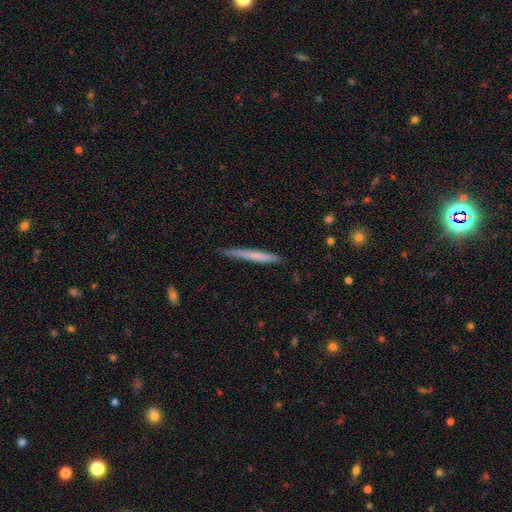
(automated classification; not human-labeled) smooth_or_featured: smooth (p=0.60) [alt: featured or disk p=0.34]
how_rounded: cigar-shaped (p=0.97) [alt: in between p=0.02]
merging: none (p=0.84) [alt: minor disturbance p=0.13]